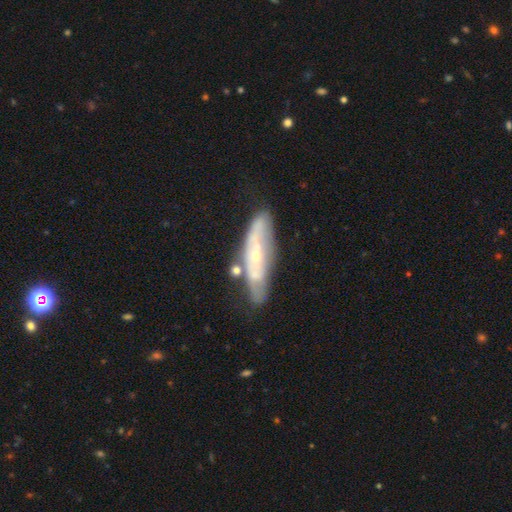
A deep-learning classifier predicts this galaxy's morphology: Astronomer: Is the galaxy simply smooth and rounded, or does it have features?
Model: featured or disk — 69%.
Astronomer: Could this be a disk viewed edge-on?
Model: no — 68%.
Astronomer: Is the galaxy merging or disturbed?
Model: none — 64%.